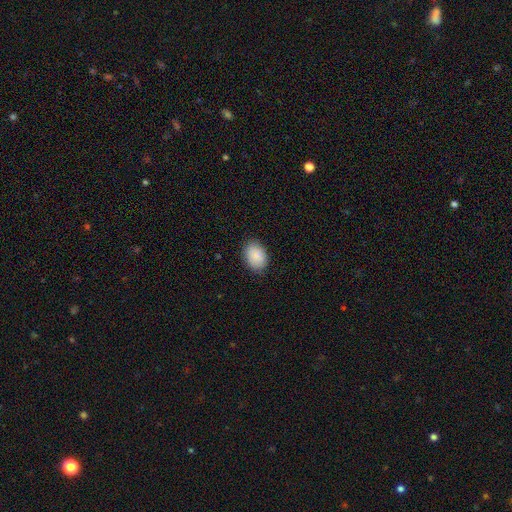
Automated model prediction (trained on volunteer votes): smooth-or-featured: smooth: 89% | star or artifact: 6% | featured or disk: 4%
  how-rounded: in between: 81% | round: 18% | cigar-shaped: 1%
  merging: none: 84% | minor disturbance: 13% | major disturbance: 3% | merger: 1%